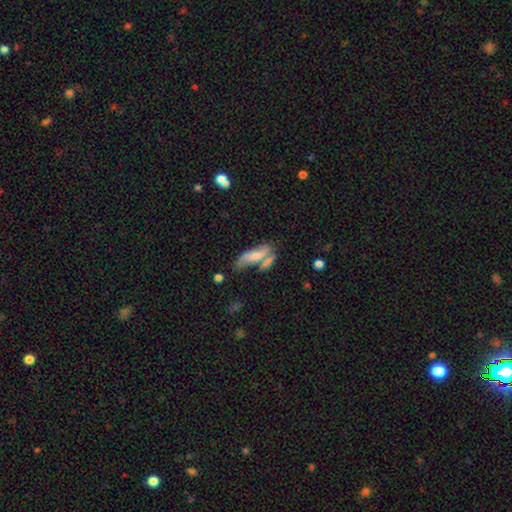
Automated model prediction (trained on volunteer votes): smooth-or-featured: smooth: 46% | featured or disk: 44% | star or artifact: 10%
  merging: none: 33% (tied) | merger: 33% (tied) | minor disturbance: 19% | major disturbance: 15%